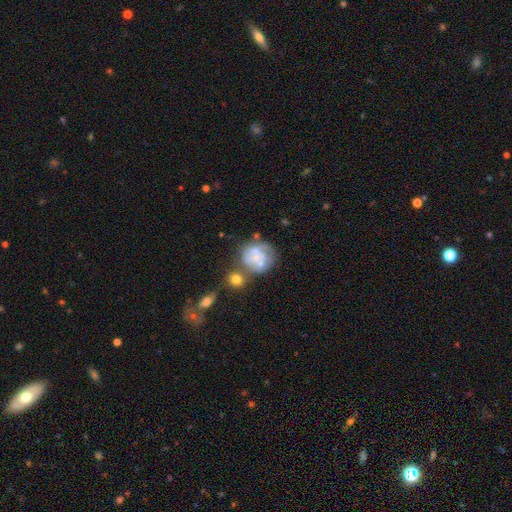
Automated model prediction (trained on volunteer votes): A featured or disk galaxy (59%) with no bar (83%), no spiral arms (62%) and a small central bulge (43%). Merging: none (36%).